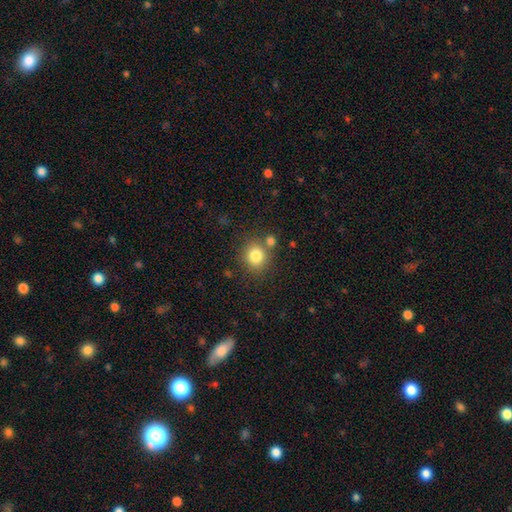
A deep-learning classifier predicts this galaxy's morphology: Smooth or featured? smooth (81%)
How rounded? round (83%)
Merging? none (73%)